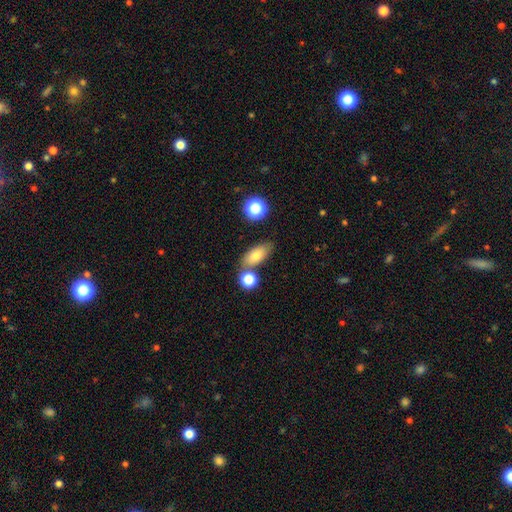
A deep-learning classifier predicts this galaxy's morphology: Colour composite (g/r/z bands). It shows a smooth galaxy with no disk features (75%) that is in between round and cigar-shaped (81%). Merging: none (68%).